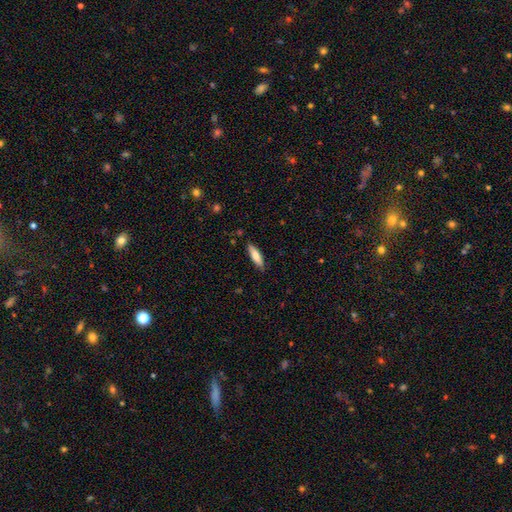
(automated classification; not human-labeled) Q: Smooth or featured?
A: smooth (75%); runner-up: featured or disk (19%)
Q: How rounded?
A: cigar-shaped (67%); runner-up: in between (31%)
Q: Merging?
A: none (86%); runner-up: minor disturbance (11%)